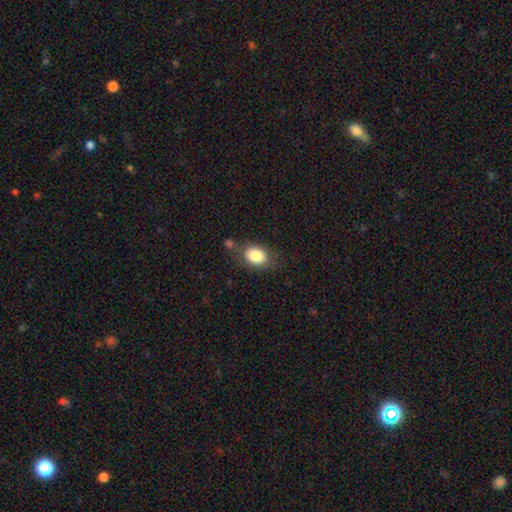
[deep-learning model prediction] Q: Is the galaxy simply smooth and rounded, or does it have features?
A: smooth — 83%.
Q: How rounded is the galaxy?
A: in between — 72%.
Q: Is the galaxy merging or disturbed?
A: none — 67%.